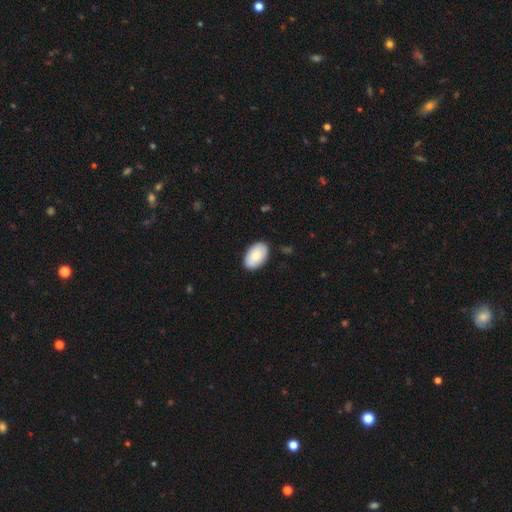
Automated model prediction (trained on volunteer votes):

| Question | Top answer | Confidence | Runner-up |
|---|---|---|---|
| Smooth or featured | smooth | 78% | featured or disk (16%) |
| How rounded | in between | 93% | round (6%) |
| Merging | none | 87% | minor disturbance (10%) |